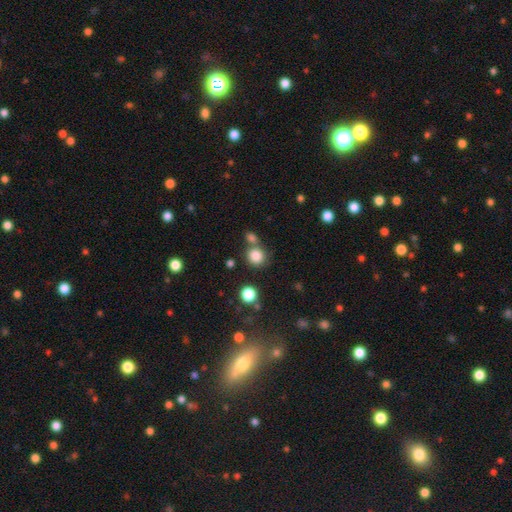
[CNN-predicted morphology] smooth_or_featured: smooth (p=0.83) [alt: star or artifact p=0.12]
how_rounded: round (p=0.88) [alt: in between p=0.11]
merging: none (p=0.66) [alt: merger p=0.21]